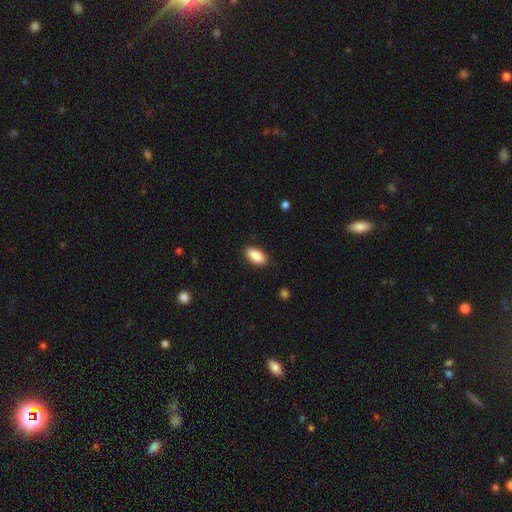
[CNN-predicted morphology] Smooth or featured? Predicted: smooth (p=0.87). How rounded? Predicted: in between (p=0.91). Merging? Predicted: none (p=0.88).